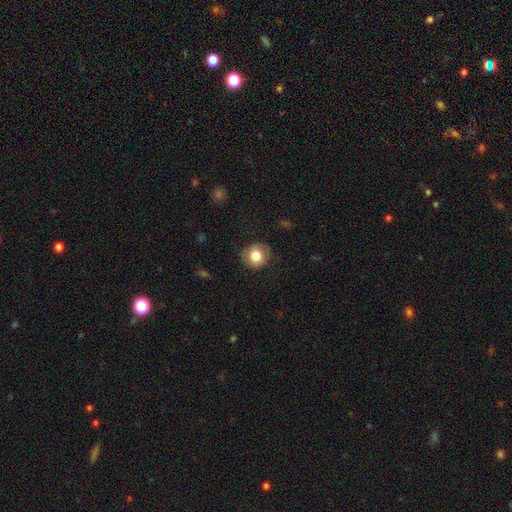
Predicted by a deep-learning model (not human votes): This is likely a smooth galaxy (78%). How rounded: clearly round (83%). Merging: clearly none (82%).